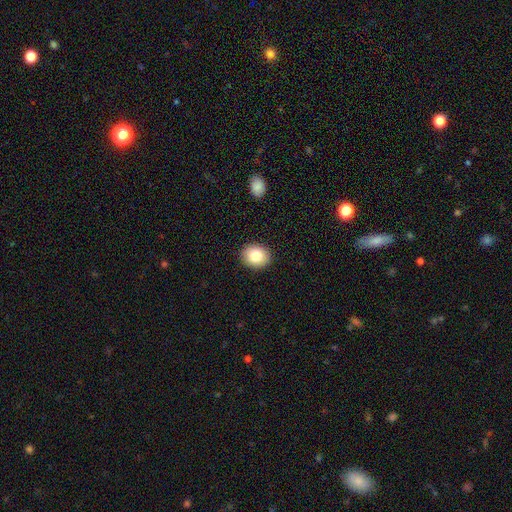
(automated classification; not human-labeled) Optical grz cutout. It shows a smooth galaxy with no disk features (84%) that is round (54%). Merging: none (90%).